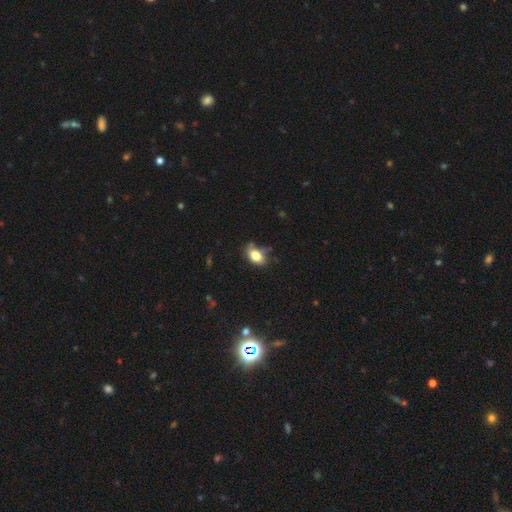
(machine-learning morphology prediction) The model was most divided on "merging": none: 57%, minor disturbance: 29%, major disturbance: 8%, merger: 6%. More confident: how rounded — in between (83%); smooth or featured — smooth (79%).